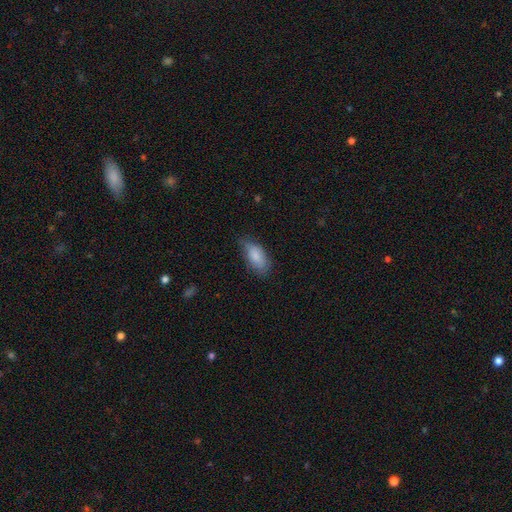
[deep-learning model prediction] Smooth or featured? Predicted: smooth (p=0.79). How rounded? Predicted: in between (p=0.90). Merging? Predicted: none (p=0.55).